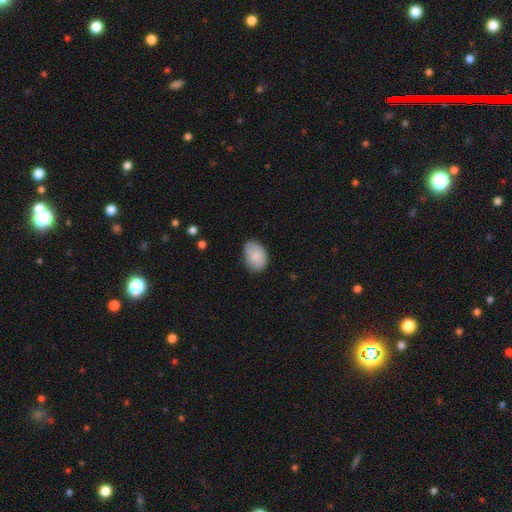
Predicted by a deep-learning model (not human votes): A smooth galaxy with no disk features (84%) that is in between round and cigar-shaped (80%). Merging: none (70%).